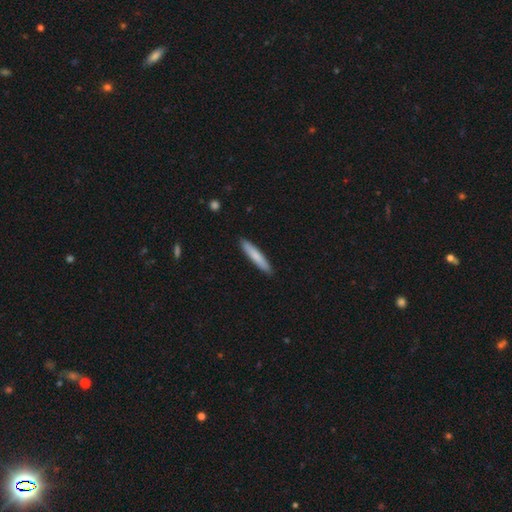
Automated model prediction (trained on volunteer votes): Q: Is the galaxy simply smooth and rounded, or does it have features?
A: smooth — 79%.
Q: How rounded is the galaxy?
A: cigar-shaped — 91%.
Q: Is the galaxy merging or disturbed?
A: none — 90%.